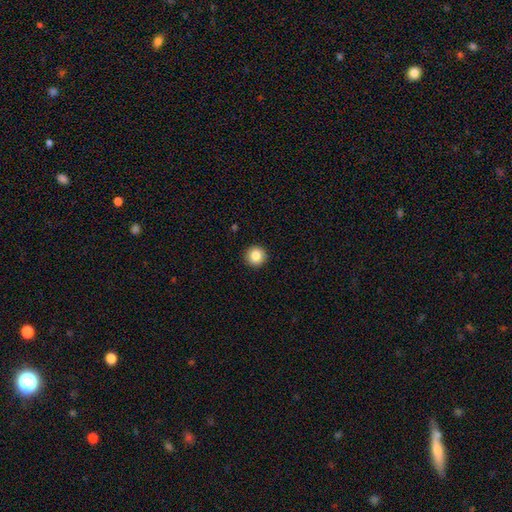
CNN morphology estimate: A smooth galaxy with no disk features (85%) that is round (95%).

Vote fractions:
- Smooth or featured? smooth: 85% / star or artifact: 9% / featured or disk: 6%
- How rounded? round: 95% / in between: 4% / cigar-shaped: 1%
- Merging? none: 93% / minor disturbance: 4% / major disturbance: 1% / merger: 1%